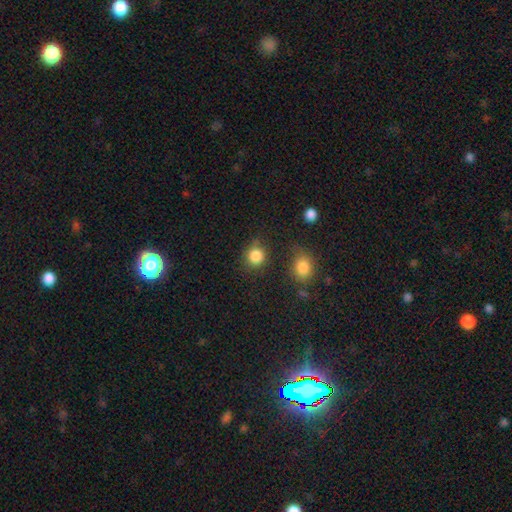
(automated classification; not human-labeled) Smooth or featured? smooth (85%)
How rounded? round (82%)
Merging? none (70%)